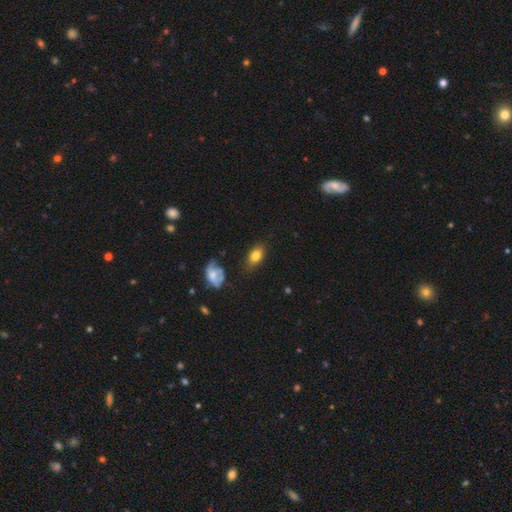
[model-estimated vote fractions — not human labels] The model was most divided on "merging": none: 75%, minor disturbance: 18%, major disturbance: 5%, merger: 3%. More confident: how rounded — in between (87%); smooth or featured — smooth (78%).